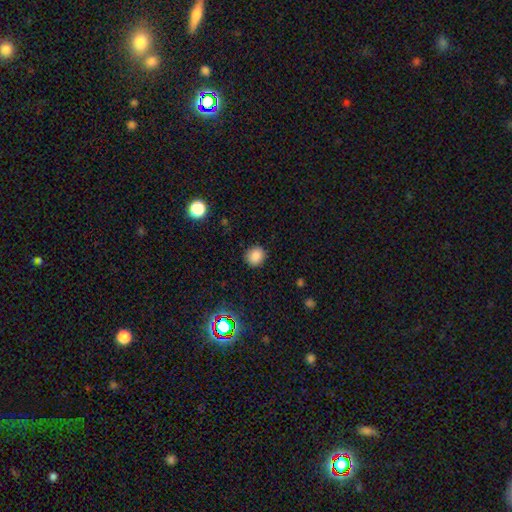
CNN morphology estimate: Smooth or featured: smooth — 83% (star or artifact — 13%)
How rounded: round — 82% (in between — 17%)
Merging: none — 89% (minor disturbance — 8%)